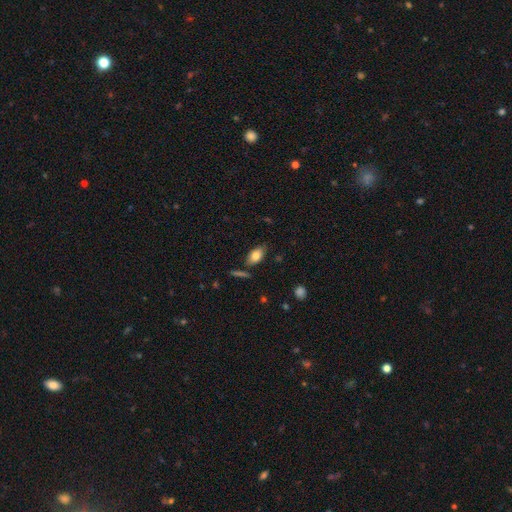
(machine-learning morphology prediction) This is clearly a smooth galaxy (81%). How rounded: clearly in between (91%). Merging: likely none (75%).